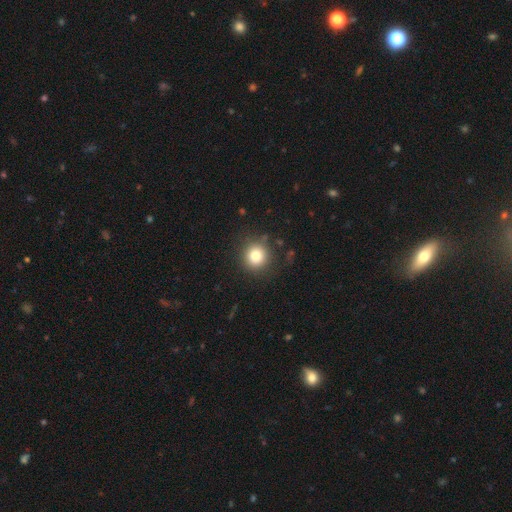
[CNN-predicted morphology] smooth_or_featured: smooth (p=0.80) [alt: star or artifact p=0.12]
how_rounded: round (p=0.93) [alt: in between p=0.06]
merging: none (p=0.87) [alt: minor disturbance p=0.09]